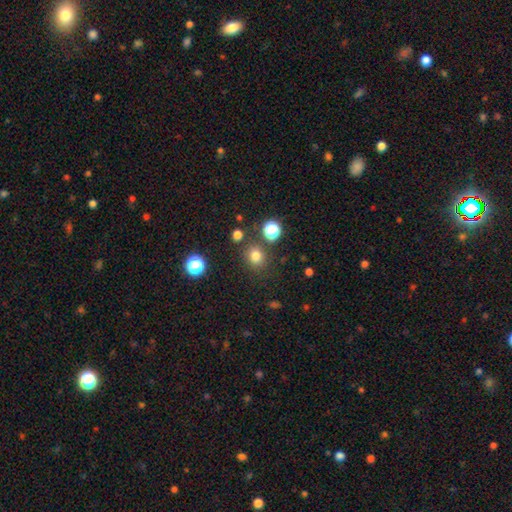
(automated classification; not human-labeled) Q: Smooth or featured?
A: smooth (78%); runner-up: star or artifact (16%)
Q: How rounded?
A: round (79%); runner-up: in between (21%)
Q: Merging?
A: none (81%); runner-up: minor disturbance (9%)